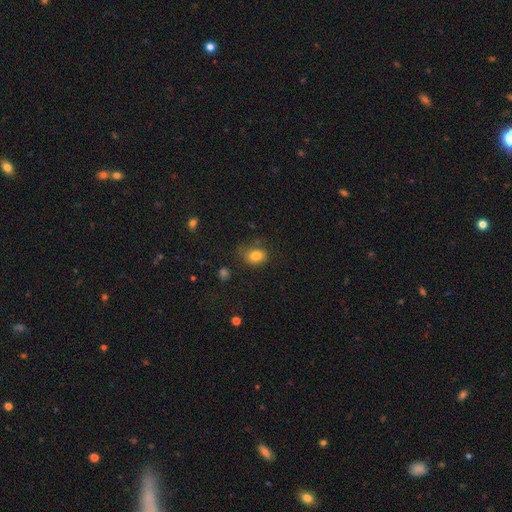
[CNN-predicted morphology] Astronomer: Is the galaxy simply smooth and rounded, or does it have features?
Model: smooth — 81%.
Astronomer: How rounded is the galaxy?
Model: in between — 65%.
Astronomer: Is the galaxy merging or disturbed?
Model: none — 64%.